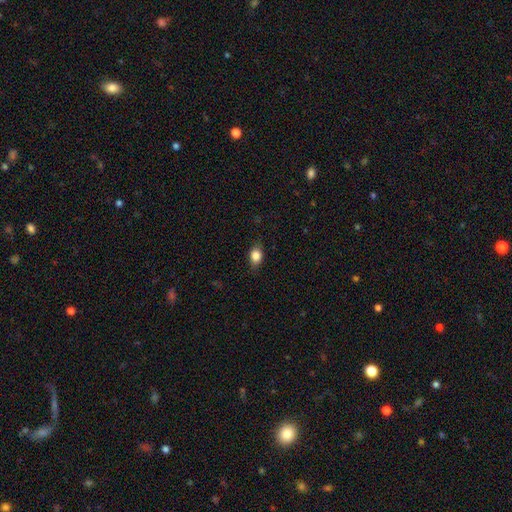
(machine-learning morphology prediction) smooth 84%, star or artifact 9%, featured or disk 7%. Down the decision tree: how rounded — in between (71%); merging — none (79%).